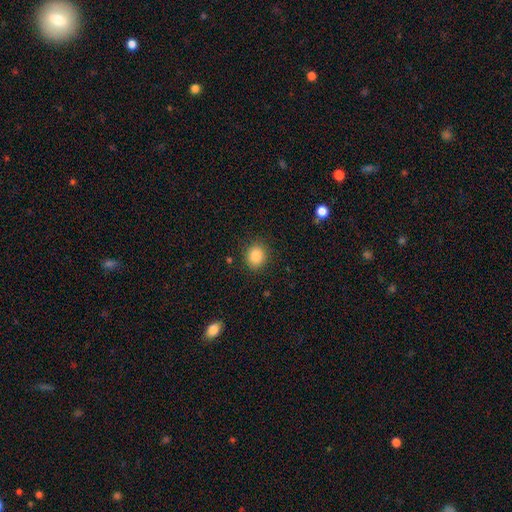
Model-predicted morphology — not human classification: Overall: smooth (86%). How rounded: round (73%). Merging: none (88%).